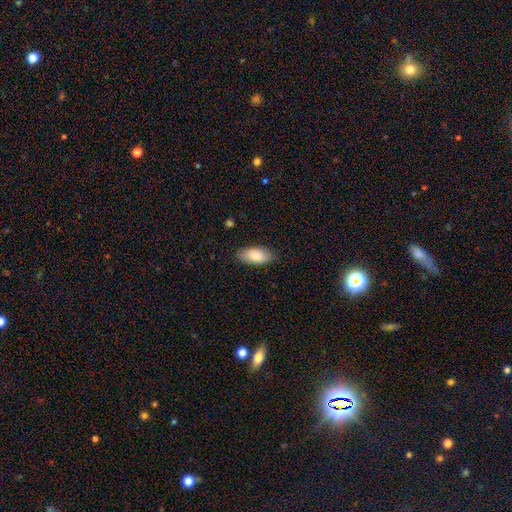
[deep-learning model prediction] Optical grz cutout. It shows a smooth galaxy with no disk features (85%) that is in between round and cigar-shaped (91%). Merging: none (85%).